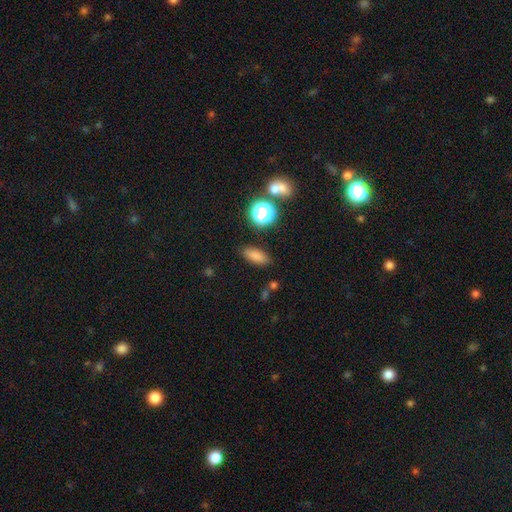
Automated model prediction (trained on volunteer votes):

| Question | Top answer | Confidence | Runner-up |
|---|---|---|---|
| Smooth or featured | smooth | 79% | star or artifact (14%) |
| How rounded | in between | 76% | cigar-shaped (16%) |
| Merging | none | 85% | minor disturbance (9%) |